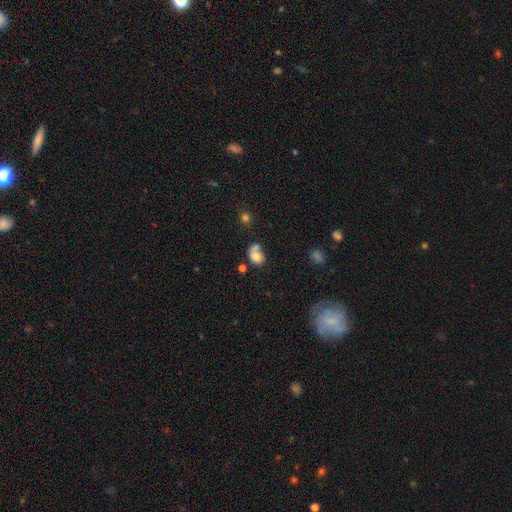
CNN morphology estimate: A smooth galaxy with no disk features (70%) that is in between round and cigar-shaped (60%). Merging: merger (33%).